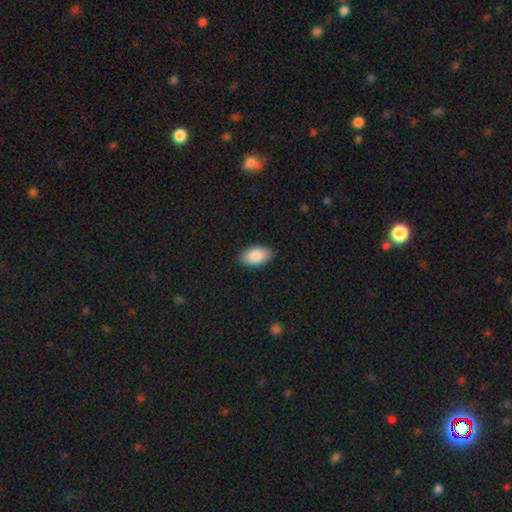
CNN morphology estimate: smooth_or_featured: smooth (p=0.88) [alt: star or artifact p=0.06]
how_rounded: in between (p=0.95) [alt: round p=0.03]
merging: none (p=0.89) [alt: minor disturbance p=0.08]